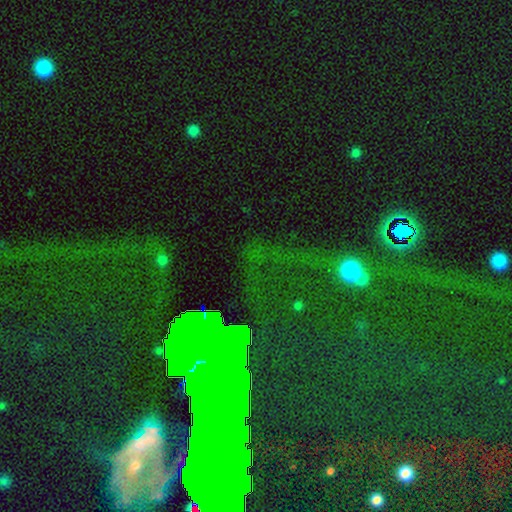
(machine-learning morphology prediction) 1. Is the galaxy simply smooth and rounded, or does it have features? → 49% star or artifact, 29% smooth, 22% featured or disk.